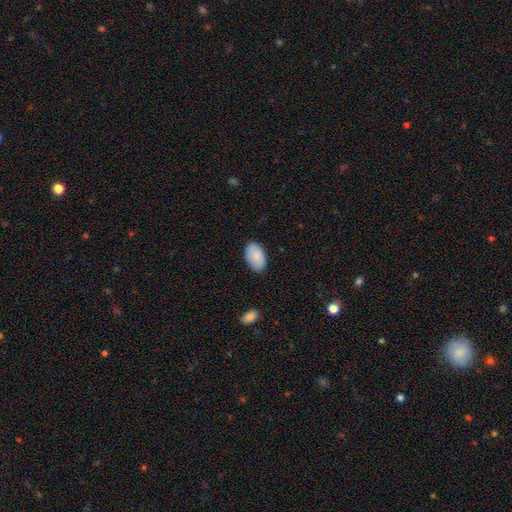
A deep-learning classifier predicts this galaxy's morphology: This is clearly a smooth galaxy (87%). How rounded: clearly in between (94%). Merging: clearly none (85%).